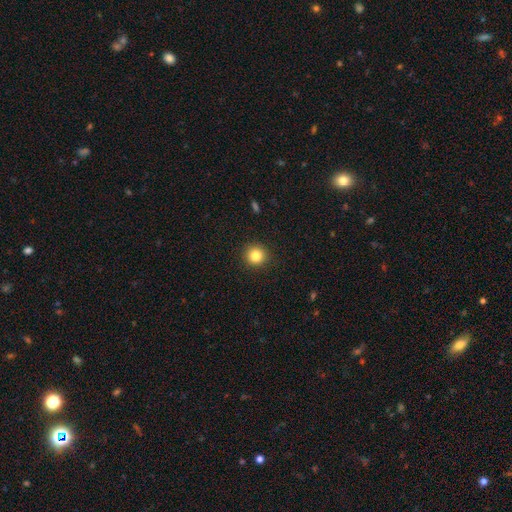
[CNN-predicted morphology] Overall: smooth (84%). How rounded: round (93%). Merging: none (92%).